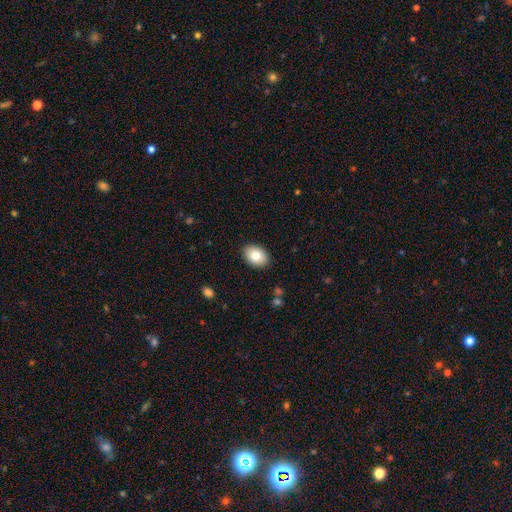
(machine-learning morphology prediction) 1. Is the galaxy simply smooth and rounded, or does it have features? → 82% smooth, 11% featured or disk, 7% star or artifact.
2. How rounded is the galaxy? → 79% in between, 20% round, 1% cigar-shaped.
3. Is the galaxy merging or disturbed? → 89% none, 8% minor disturbance, 2% major disturbance, 1% merger.